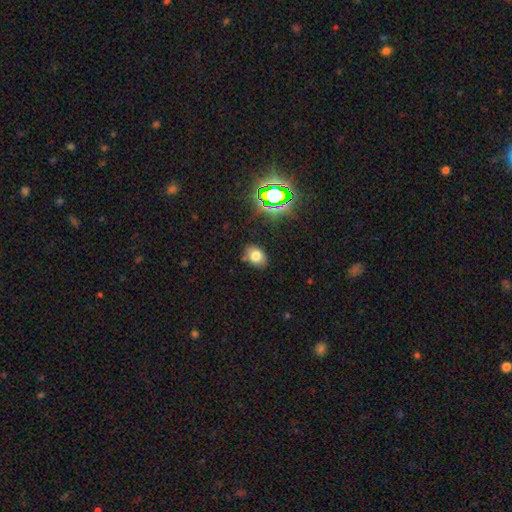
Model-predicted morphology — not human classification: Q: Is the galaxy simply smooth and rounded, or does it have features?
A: smooth — 73%.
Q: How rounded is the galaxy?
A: in between — 70%.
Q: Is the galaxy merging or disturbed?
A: none — 79%.